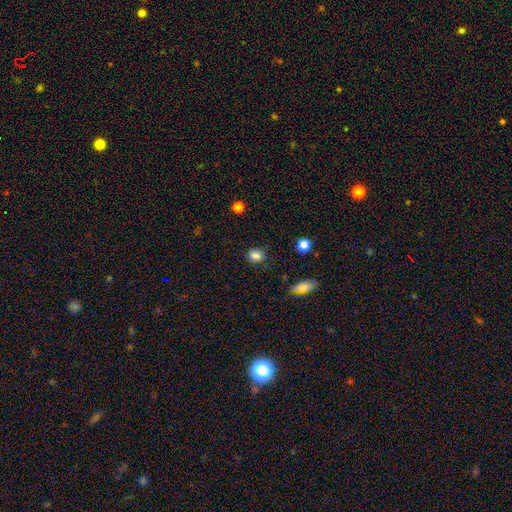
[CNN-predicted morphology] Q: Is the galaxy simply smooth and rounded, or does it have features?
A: smooth — 85%.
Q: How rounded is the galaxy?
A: in between — 50%.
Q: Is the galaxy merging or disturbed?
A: none — 83%.